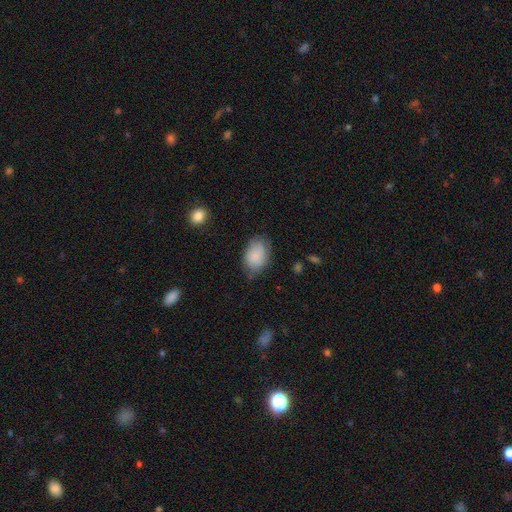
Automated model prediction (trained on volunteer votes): smooth 85%, featured or disk 8%, star or artifact 7%. Down the decision tree: how rounded — in between (87%); merging — none (69%).